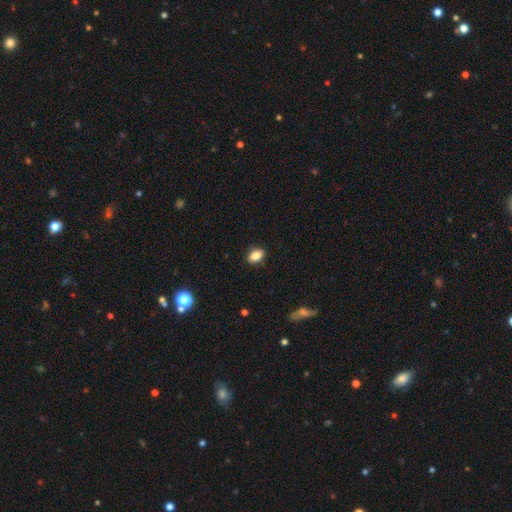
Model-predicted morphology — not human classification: The model was most divided on "how rounded": in between: 83%, round: 14%, cigar-shaped: 3%. More confident: merging — none (87%); smooth or featured — smooth (83%).